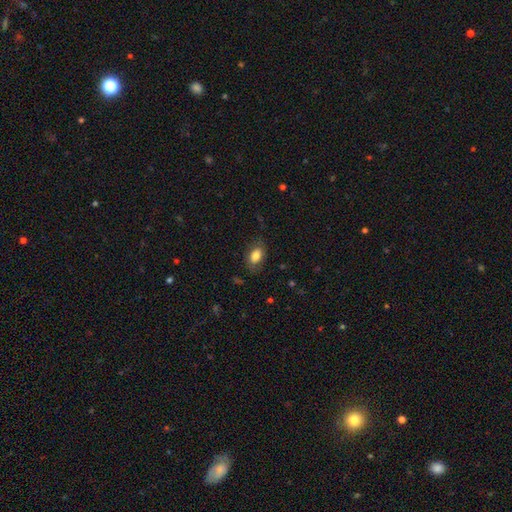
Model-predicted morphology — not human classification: smooth-or-featured: smooth: 81% | featured or disk: 11% | star or artifact: 8%
  how-rounded: in between: 87% | round: 11% | cigar-shaped: 2%
  merging: none: 75% | minor disturbance: 18% | major disturbance: 6% | merger: 1%